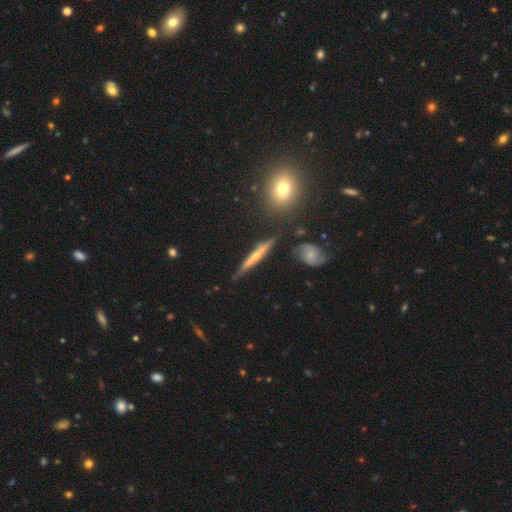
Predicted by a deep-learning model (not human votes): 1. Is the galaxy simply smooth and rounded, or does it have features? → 64% featured or disk, 28% smooth, 7% star or artifact.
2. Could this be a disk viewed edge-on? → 92% yes, 8% no.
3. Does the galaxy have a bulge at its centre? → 53% rounded, 39% none, 7% boxy.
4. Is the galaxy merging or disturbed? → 77% none, 15% minor disturbance, 4% merger, 3% major disturbance.